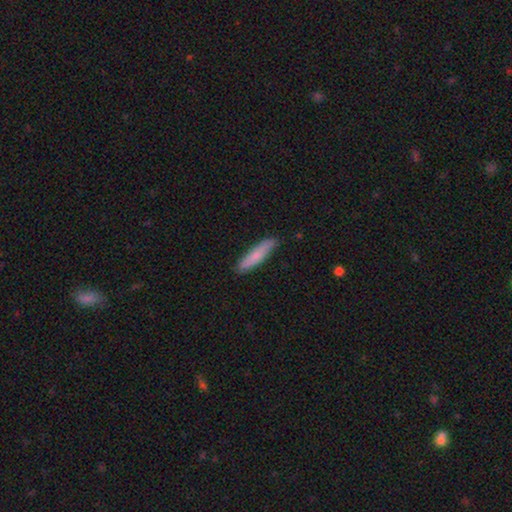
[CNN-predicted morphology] This is likely a smooth galaxy (78%). How rounded: clearly cigar-shaped (86%). Merging: clearly none (87%).